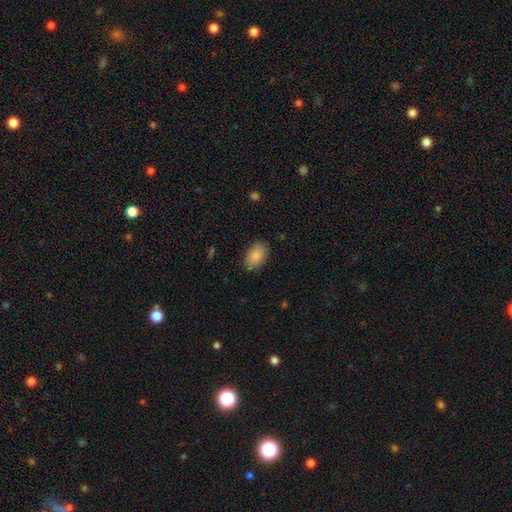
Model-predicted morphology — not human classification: Smooth or featured? smooth (87%)
How rounded? in between (91%)
Merging? none (84%)